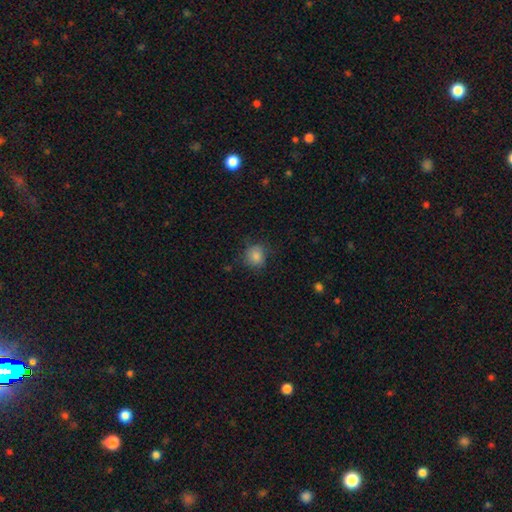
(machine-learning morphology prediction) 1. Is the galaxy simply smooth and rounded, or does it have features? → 82% smooth, 11% star or artifact, 7% featured or disk.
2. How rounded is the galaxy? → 83% round, 16% in between, 1% cigar-shaped.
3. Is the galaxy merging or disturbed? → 75% none, 18% minor disturbance, 5% major disturbance, 1% merger.